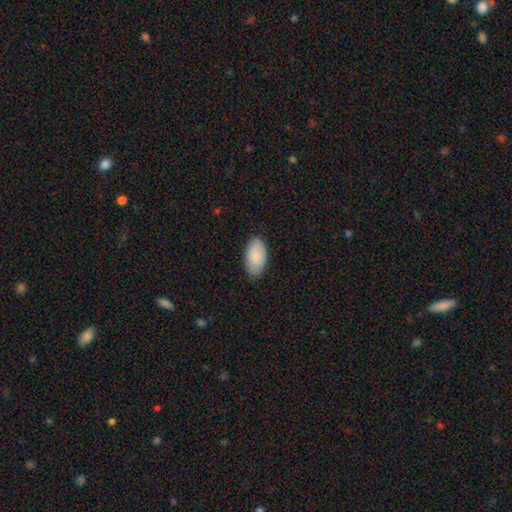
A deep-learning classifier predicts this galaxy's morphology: smooth 88%, featured or disk 6%, star or artifact 5%. Down the decision tree: how rounded — in between (96%); merging — none (84%).